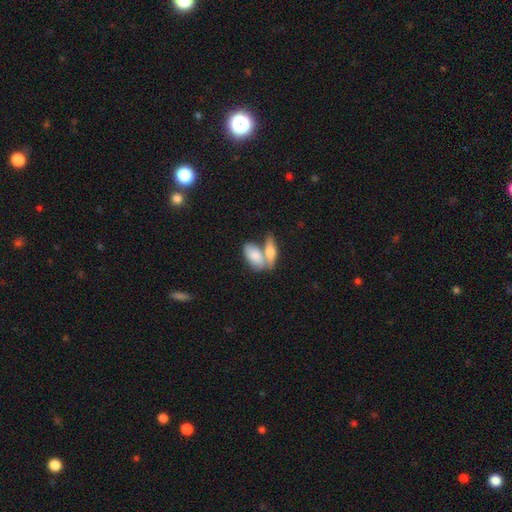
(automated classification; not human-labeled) Smooth or featured?
  - smooth: 76% *
  - featured or disk: 18%
  - star or artifact: 6%
How rounded?
  - in between: 89% *
  - cigar-shaped: 6%
  - round: 4%
Merging?
  - merger: 61% *
  - none: 26%
  - minor disturbance: 9%
  - major disturbance: 4%